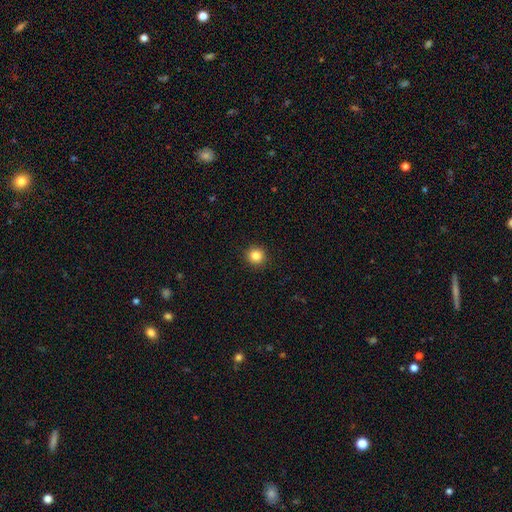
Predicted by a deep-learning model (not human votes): Smooth or featured? Predicted: smooth (p=0.85). How rounded? Predicted: round (p=0.95). Merging? Predicted: none (p=0.93).